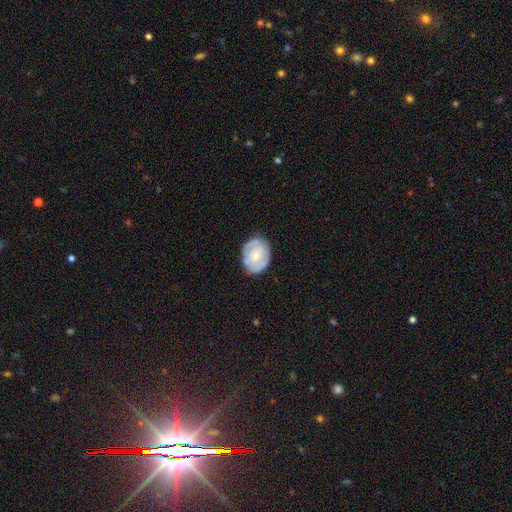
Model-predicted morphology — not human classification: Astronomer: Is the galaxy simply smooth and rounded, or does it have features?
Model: smooth — 47% (runner-up: featured or disk, 46%).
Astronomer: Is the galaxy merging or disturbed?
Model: none — 72%.